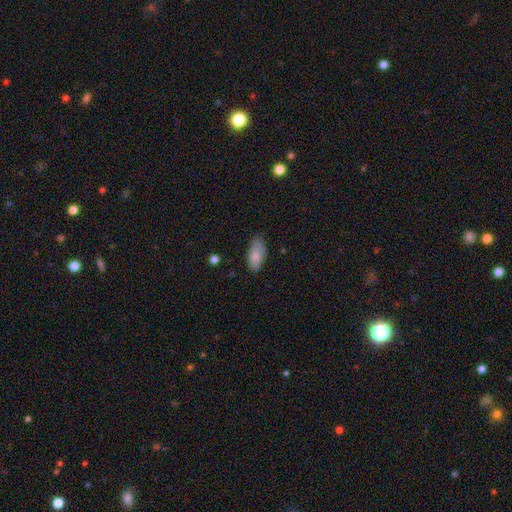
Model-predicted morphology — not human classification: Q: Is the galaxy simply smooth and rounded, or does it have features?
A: smooth — 85%.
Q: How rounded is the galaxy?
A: in between — 88%.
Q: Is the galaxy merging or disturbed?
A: none — 73%.